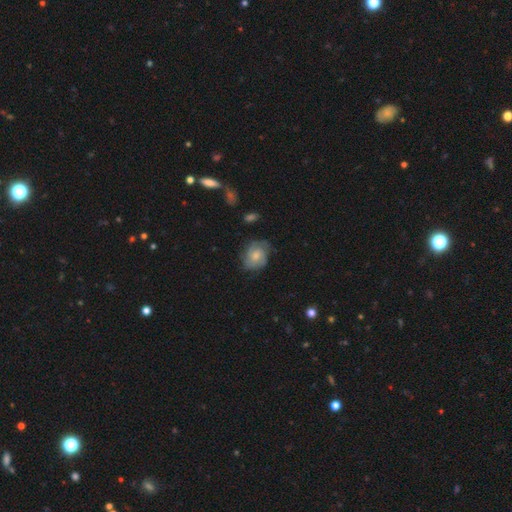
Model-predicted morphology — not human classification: Smooth or featured: featured or disk — 50% (smooth — 43%)
Merging: none — 65% (minor disturbance — 25%)